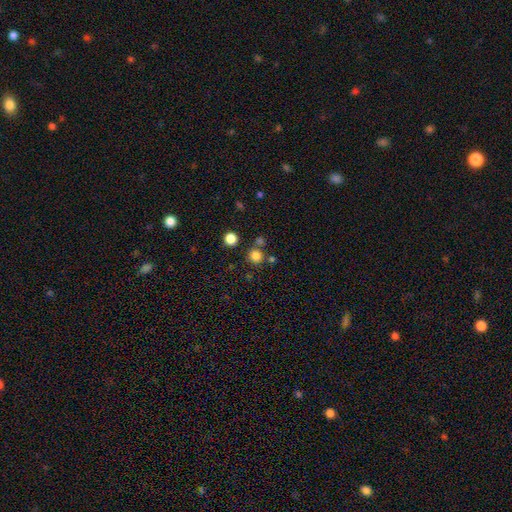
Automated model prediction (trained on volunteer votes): Smooth or featured? Predicted: smooth (p=0.79). How rounded? Predicted: round (p=0.92). Merging? Predicted: none (p=0.75).